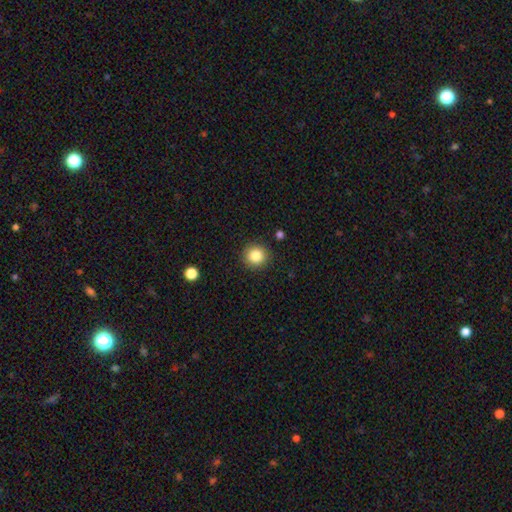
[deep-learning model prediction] This appears to be a smooth galaxy with no disk features (84%) that is round (92%). Merging: none (90%).